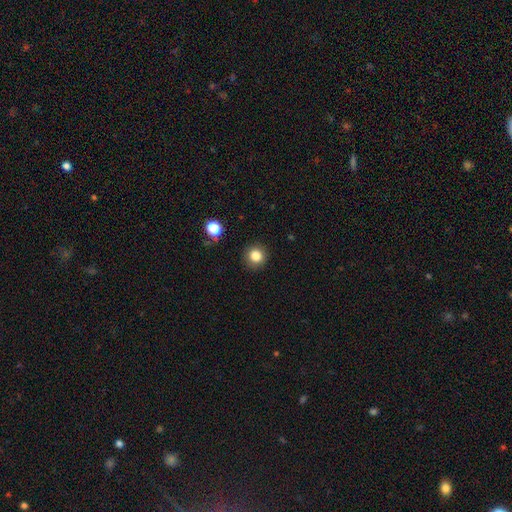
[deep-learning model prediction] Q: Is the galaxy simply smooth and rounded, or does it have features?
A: smooth — 83%.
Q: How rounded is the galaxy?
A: round — 91%.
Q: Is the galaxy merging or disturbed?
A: none — 90%.